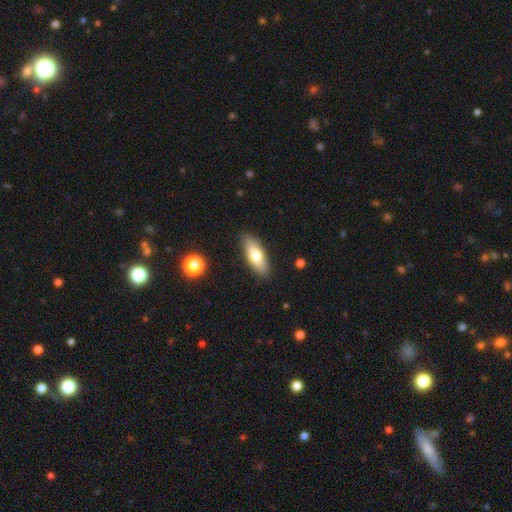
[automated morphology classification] smooth_or_featured: smooth (p=0.70) [alt: featured or disk p=0.24]
how_rounded: in between (p=0.68) [alt: cigar-shaped p=0.29]
merging: none (p=0.88) [alt: minor disturbance p=0.09]